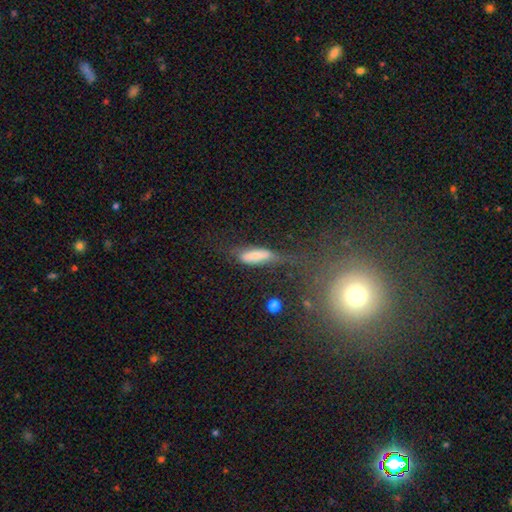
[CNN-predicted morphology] Smooth or featured?
  - smooth: 64% *
  - featured or disk: 28%
  - star or artifact: 8%
How rounded?
  - in between: 52% *
  - cigar-shaped: 45%
  - round: 3%
Merging?
  - none: 42% *
  - minor disturbance: 28%
  - major disturbance: 24%
  - merger: 6%